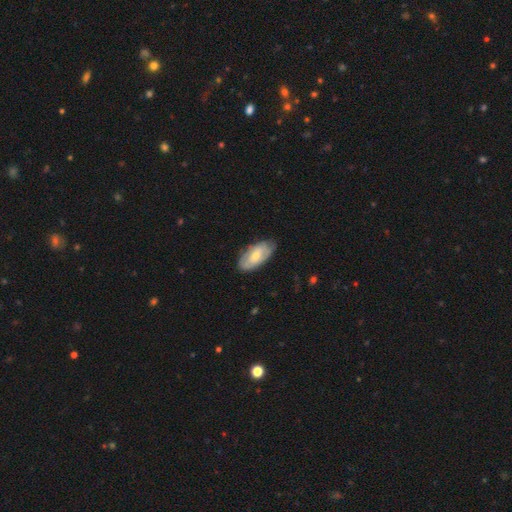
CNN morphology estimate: Smooth or featured? featured or disk (50%)
Merging? none (74%)